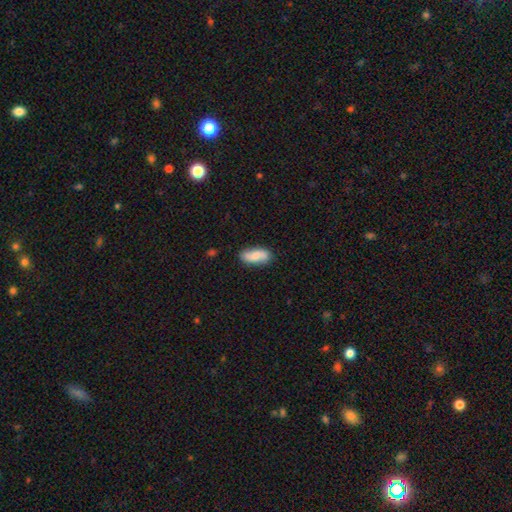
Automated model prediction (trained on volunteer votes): smooth-or-featured: smooth: 62% | featured or disk: 31% | star or artifact: 7%
  how-rounded: in between: 82% | cigar-shaped: 14% | round: 3%
  merging: none: 79% | minor disturbance: 16% | major disturbance: 3% | merger: 2%